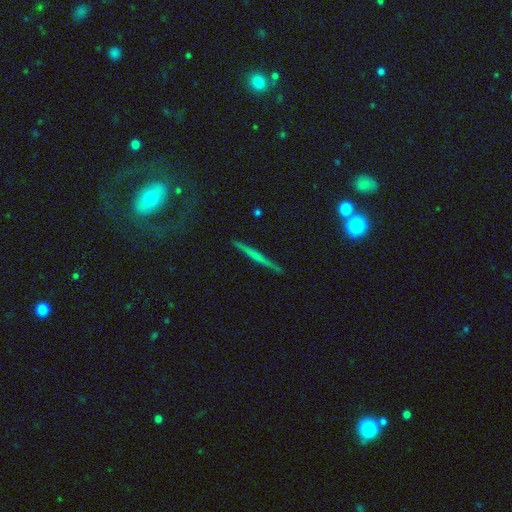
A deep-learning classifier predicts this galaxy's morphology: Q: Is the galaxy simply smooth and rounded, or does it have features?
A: featured or disk — 53%.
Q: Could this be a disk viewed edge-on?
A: yes — 96%.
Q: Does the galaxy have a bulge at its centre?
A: none — 74%.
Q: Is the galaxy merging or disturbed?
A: none — 88%.